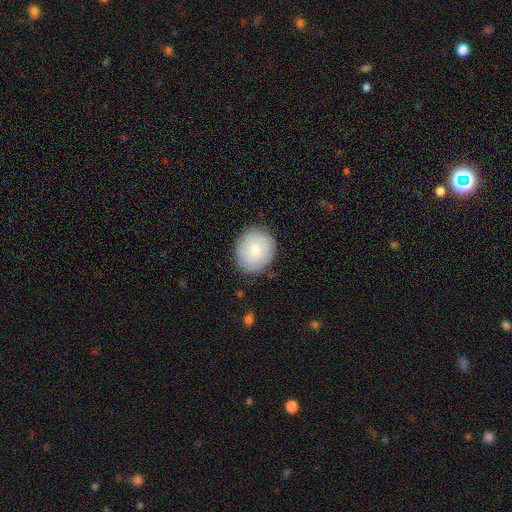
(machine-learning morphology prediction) smooth 77%, featured or disk 16%, star or artifact 7%. Down the decision tree: how rounded — round (70%); merging — none (84%).